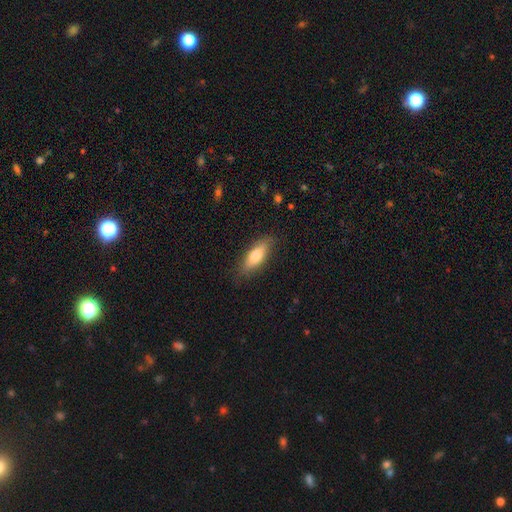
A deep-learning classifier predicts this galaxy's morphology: Q: Smooth or featured?
A: smooth (71%); runner-up: featured or disk (23%)
Q: How rounded?
A: in between (61%); runner-up: cigar-shaped (37%)
Q: Merging?
A: none (84%); runner-up: minor disturbance (12%)